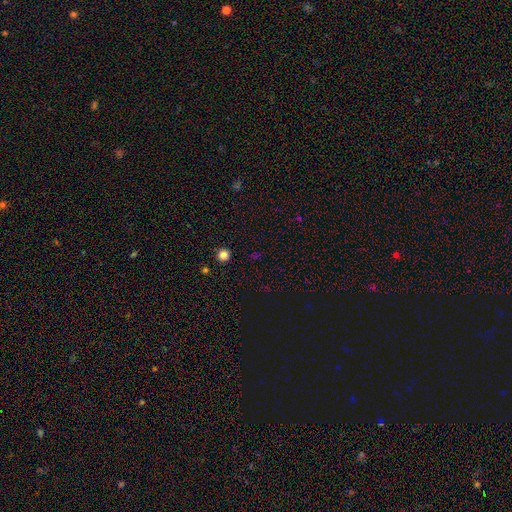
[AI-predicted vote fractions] Smooth or featured: smooth — 60% (star or artifact — 35%)
How rounded: round — 90% (in between — 8%)
Merging: none — 89% (minor disturbance — 6%)